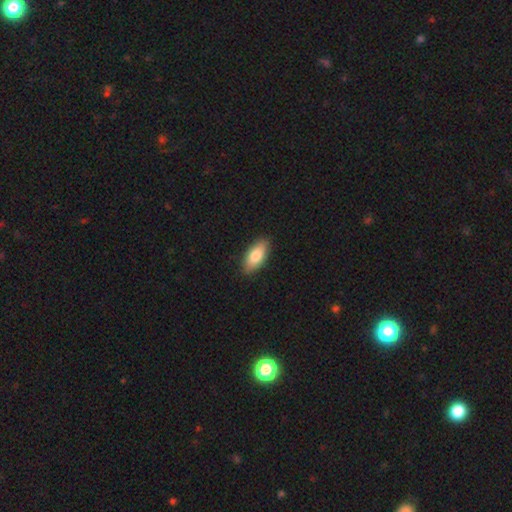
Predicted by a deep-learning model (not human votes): Q: Smooth or featured?
A: smooth (80%); runner-up: featured or disk (14%)
Q: How rounded?
A: in between (85%); runner-up: cigar-shaped (13%)
Q: Merging?
A: none (88%); runner-up: minor disturbance (9%)